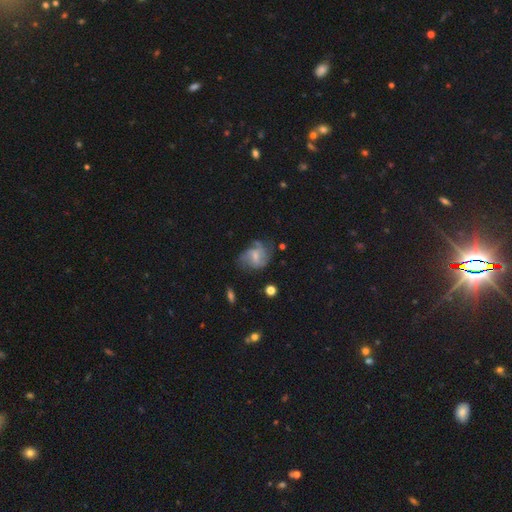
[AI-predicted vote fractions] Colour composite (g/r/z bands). It shows a featured or disk galaxy (64%) with a weak bar (49%), spiral arms (80%) and a small central bulge (48%). Merging: none (50%).